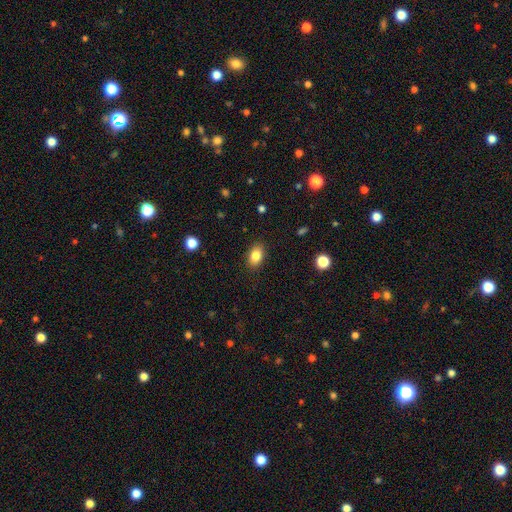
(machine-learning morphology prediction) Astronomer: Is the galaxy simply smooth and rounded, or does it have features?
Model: smooth — 84%.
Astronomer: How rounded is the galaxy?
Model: in between — 83%.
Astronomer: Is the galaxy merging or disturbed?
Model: none — 87%.